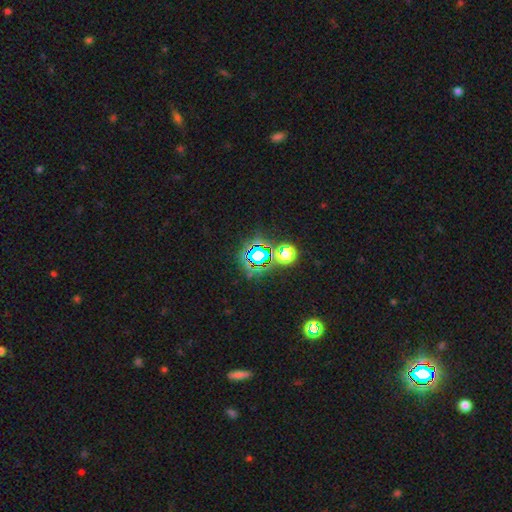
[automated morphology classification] A star or artifact, not a galaxy (73%).

Vote fractions:
- Smooth or featured? star or artifact: 73% / smooth: 17% / featured or disk: 10%